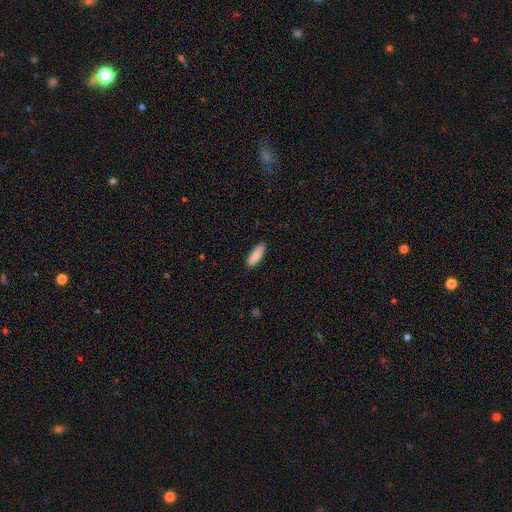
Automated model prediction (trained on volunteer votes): A smooth galaxy with no disk features (89%) that is in between round and cigar-shaped (59%).

Vote fractions:
- Smooth or featured? smooth: 89% / star or artifact: 6% / featured or disk: 5%
- How rounded? in between: 59% / cigar-shaped: 39% / round: 2%
- Merging? none: 88% / minor disturbance: 9% / major disturbance: 2% / merger: 1%